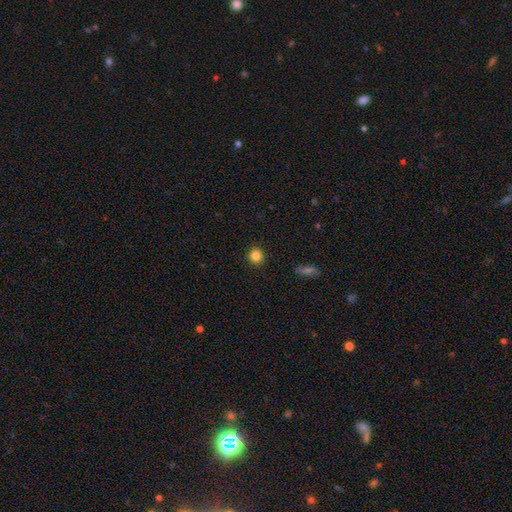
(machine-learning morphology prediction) smooth 84%, star or artifact 11%, featured or disk 5%. Down the decision tree: how rounded — round (92%); merging — none (92%).